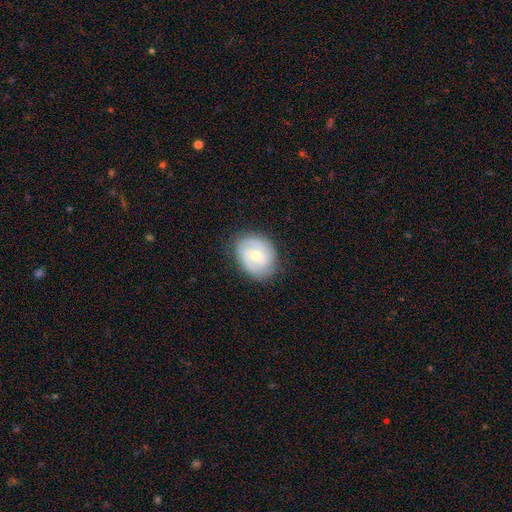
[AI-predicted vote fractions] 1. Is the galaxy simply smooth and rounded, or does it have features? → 58% featured or disk, 35% smooth, 6% star or artifact.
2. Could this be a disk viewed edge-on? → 97% no, 3% yes.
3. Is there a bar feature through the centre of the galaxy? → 47% no, 43% weak, 9% strong.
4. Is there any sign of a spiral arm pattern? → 82% yes, 18% no.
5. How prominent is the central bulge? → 55% moderate, 41% small, 2% large, 1% none, 1% dominant.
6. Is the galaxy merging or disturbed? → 81% none, 14% minor disturbance, 4% major disturbance, 1% merger.